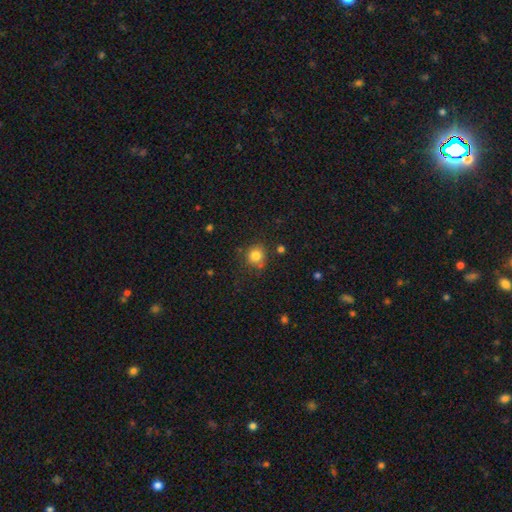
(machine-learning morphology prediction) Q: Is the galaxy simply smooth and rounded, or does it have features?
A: smooth — 82%.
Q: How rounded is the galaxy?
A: round — 87%.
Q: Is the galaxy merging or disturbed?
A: none — 77%.